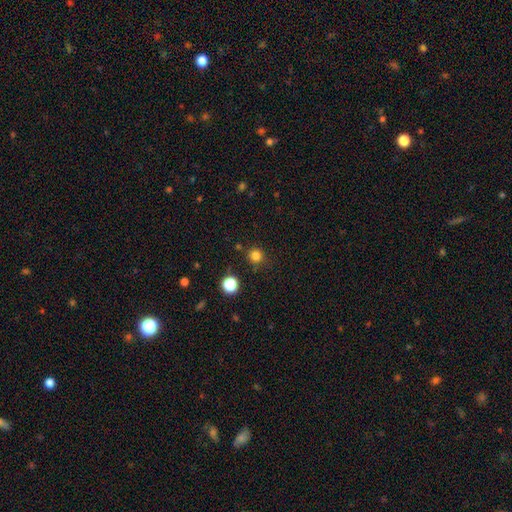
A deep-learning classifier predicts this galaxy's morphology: smooth_or_featured: smooth (p=0.81) [alt: star or artifact p=0.15]
how_rounded: round (p=0.92) [alt: in between p=0.07]
merging: none (p=0.84) [alt: minor disturbance p=0.09]